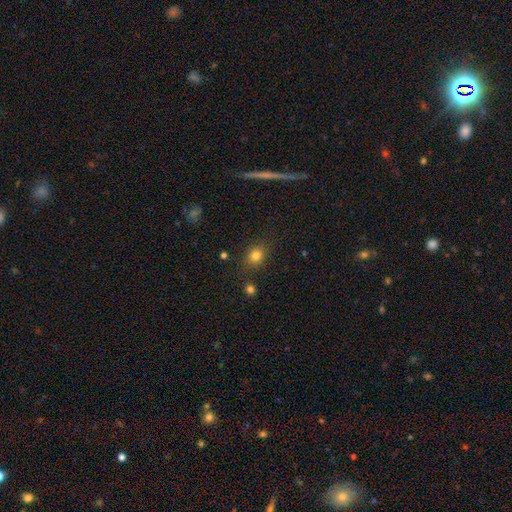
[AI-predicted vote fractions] smooth_or_featured: smooth (p=0.79) [alt: star or artifact p=0.14]
how_rounded: round (p=0.60) [alt: in between p=0.38]
merging: none (p=0.80) [alt: minor disturbance p=0.13]